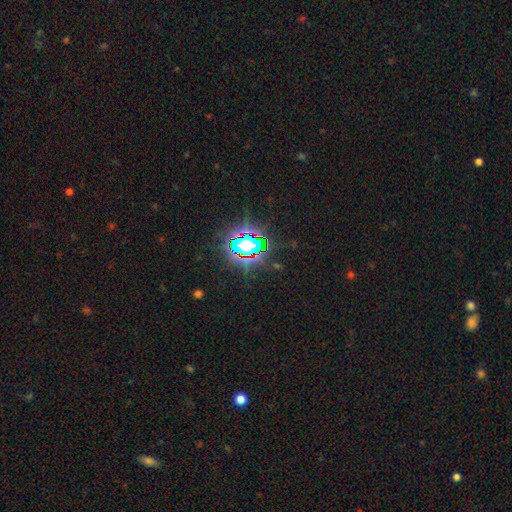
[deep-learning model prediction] star or artifact 81%, smooth 12%, featured or disk 7%.